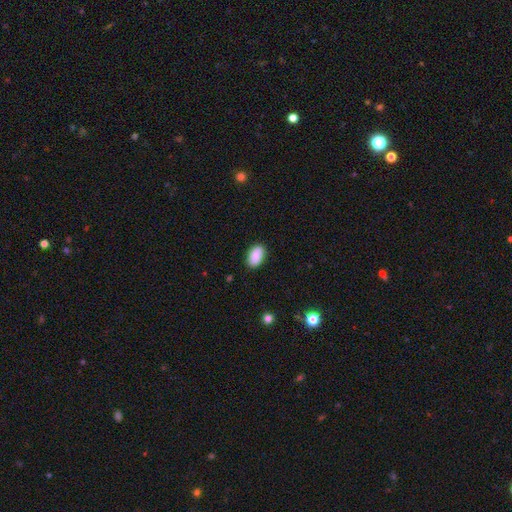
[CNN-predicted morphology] This appears to be a smooth galaxy with no disk features (90%) that is in between round and cigar-shaped (94%). Merging: none (86%).